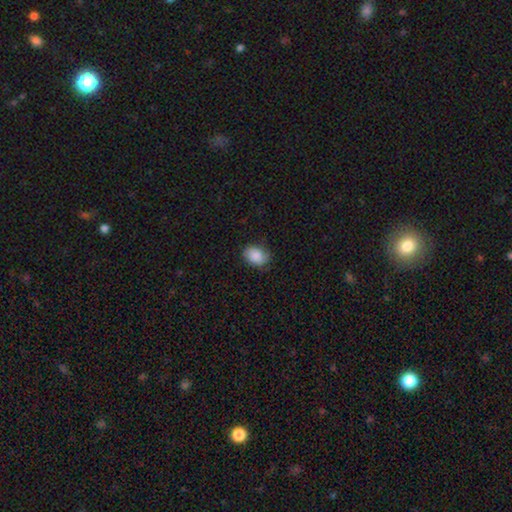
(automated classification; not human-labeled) Smooth or featured? Predicted: smooth (p=0.79). How rounded? Predicted: in between (p=0.64). Merging? Predicted: none (p=0.71).